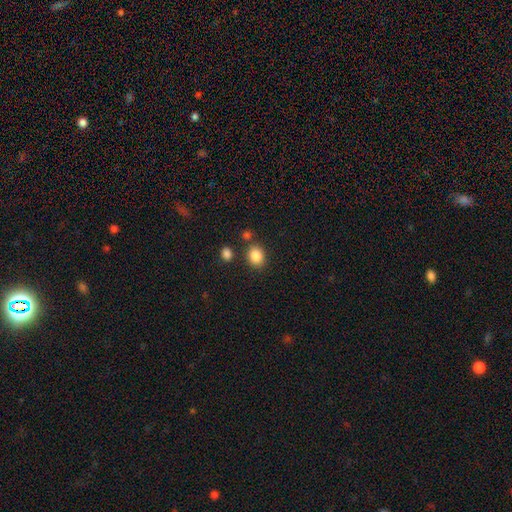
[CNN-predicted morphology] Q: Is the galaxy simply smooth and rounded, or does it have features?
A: smooth — 86%.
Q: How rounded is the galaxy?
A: round — 56%.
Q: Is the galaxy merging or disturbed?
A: none — 79%.